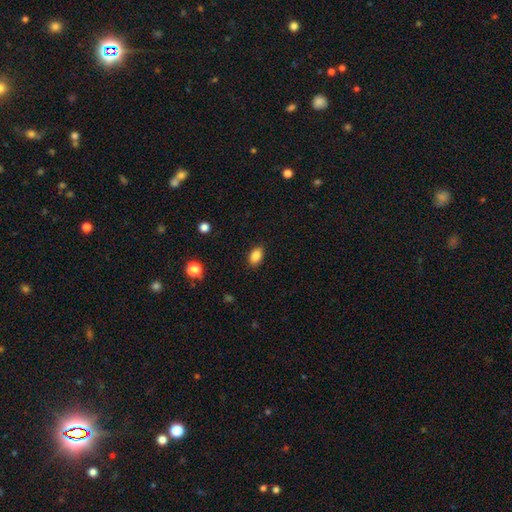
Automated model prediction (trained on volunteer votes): The model was most divided on "merging": none: 86%, minor disturbance: 10%, major disturbance: 2%, merger: 1%. More confident: how rounded — in between (88%); smooth or featured — smooth (87%).